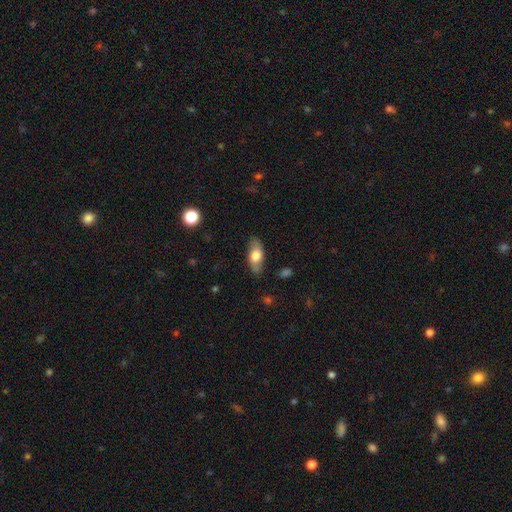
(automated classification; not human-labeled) smooth 65%, featured or disk 29%, star or artifact 6%. Down the decision tree: how rounded — in between (82%); merging — none (80%).